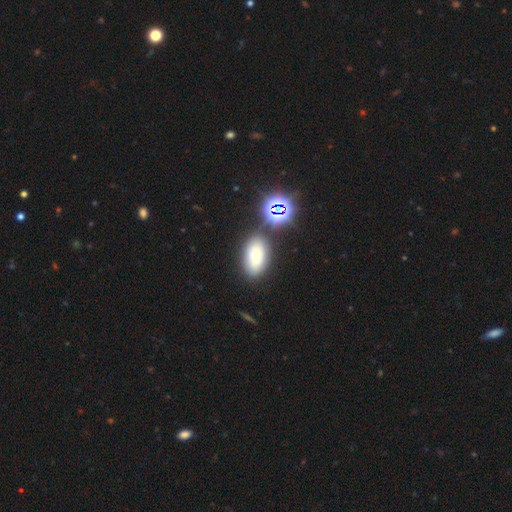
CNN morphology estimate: This is likely a smooth galaxy (62%). How rounded: clearly in between (92%). Merging: likely none (74%).